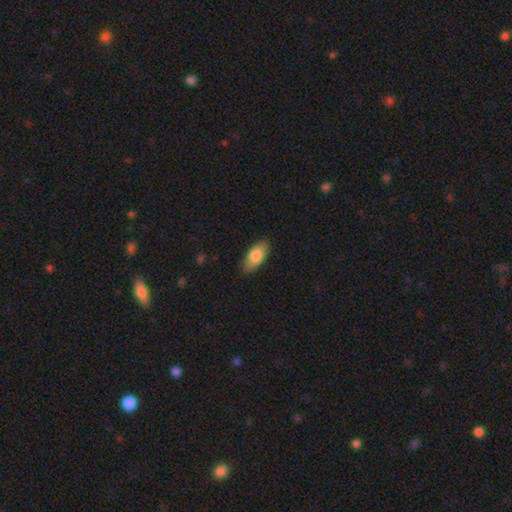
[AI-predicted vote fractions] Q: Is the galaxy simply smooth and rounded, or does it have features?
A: smooth — 83%.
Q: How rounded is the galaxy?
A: in between — 89%.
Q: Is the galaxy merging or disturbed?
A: none — 85%.